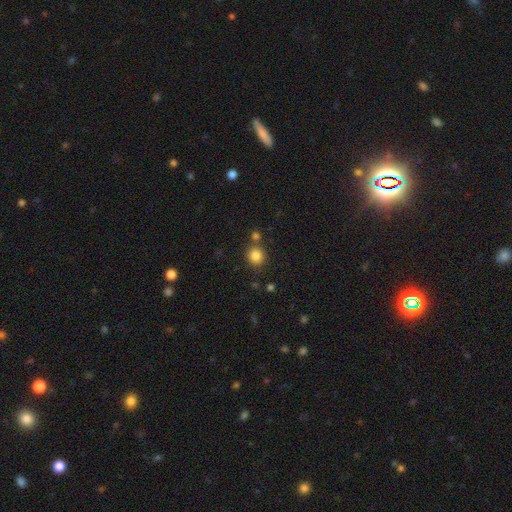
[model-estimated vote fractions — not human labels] Smooth or featured? smooth (84%)
How rounded? round (87%)
Merging? none (74%)